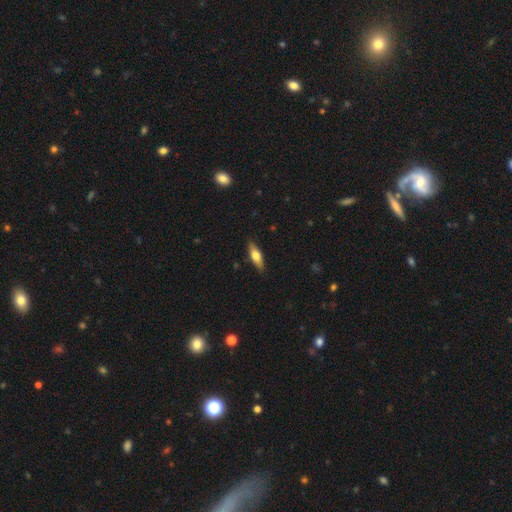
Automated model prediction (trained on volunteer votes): The model was most divided on "how rounded" (2-way tie): cigar-shaped: 49%, in between: 49%, round: 3%. More confident: merging — none (86%); smooth or featured — smooth (55%).